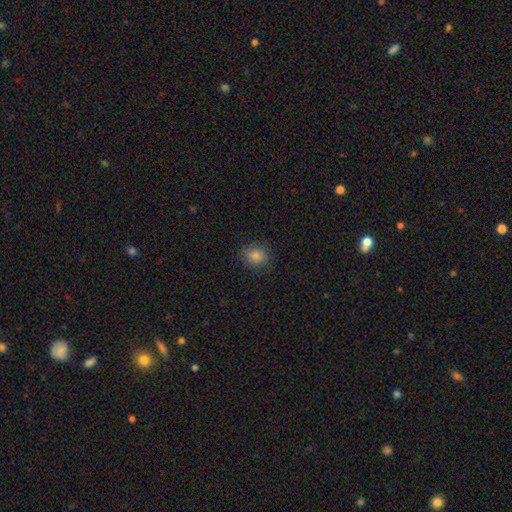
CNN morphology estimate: The model was most divided on "how rounded": round: 75%, in between: 24%, cigar-shaped: 1%. More confident: merging — none (85%); smooth or featured — smooth (81%).